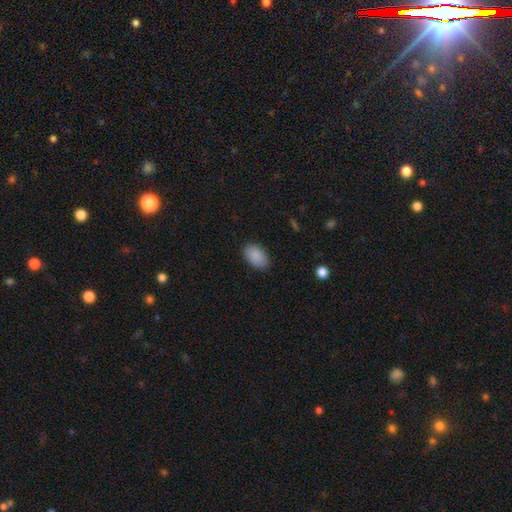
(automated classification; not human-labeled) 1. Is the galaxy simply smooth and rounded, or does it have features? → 89% smooth, 7% star or artifact, 4% featured or disk.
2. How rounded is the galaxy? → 92% in between, 7% round, 1% cigar-shaped.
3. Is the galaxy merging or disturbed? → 86% none, 10% minor disturbance, 2% major disturbance, 1% merger.